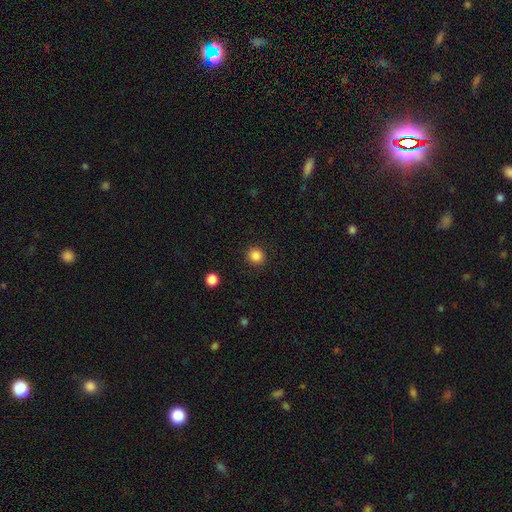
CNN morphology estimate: A smooth galaxy with no disk features (86%) that is round (92%). Merging: none (91%).